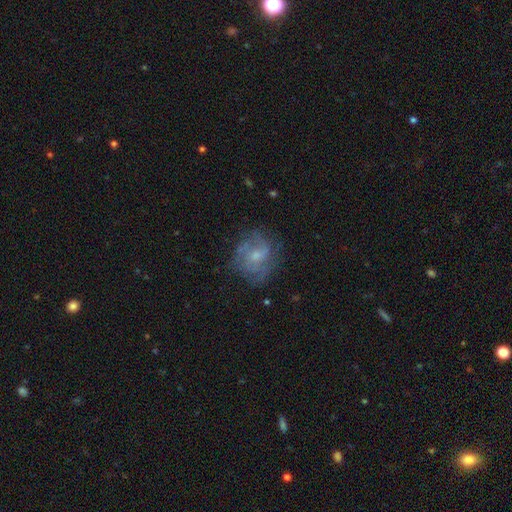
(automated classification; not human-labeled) A featured or disk galaxy (61%) with no bar (62%), spiral arms (72%) and a small central bulge (51%). Merging: none (63%).